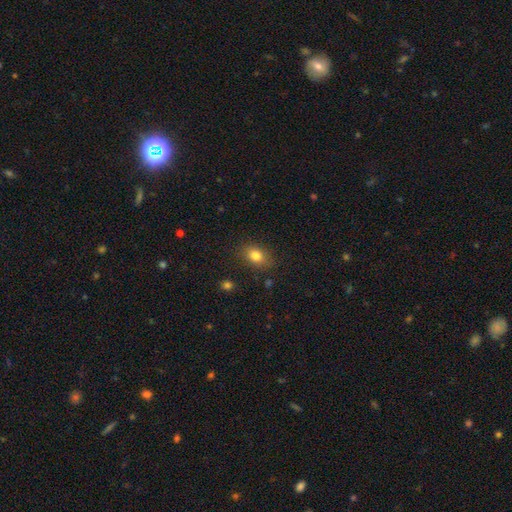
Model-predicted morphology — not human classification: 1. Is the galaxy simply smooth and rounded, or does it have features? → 82% smooth, 10% star or artifact, 8% featured or disk.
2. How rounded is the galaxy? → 71% in between, 27% round, 1% cigar-shaped.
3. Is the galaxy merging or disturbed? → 83% none, 12% minor disturbance, 3% major disturbance, 2% merger.